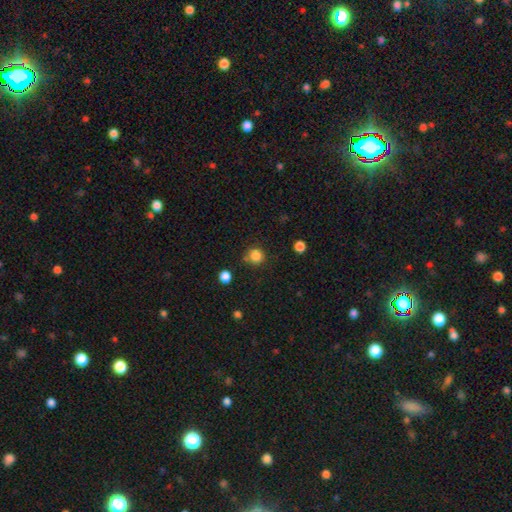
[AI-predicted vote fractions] A smooth galaxy with no disk features (84%) that is round (93%). Merging: none (80%).